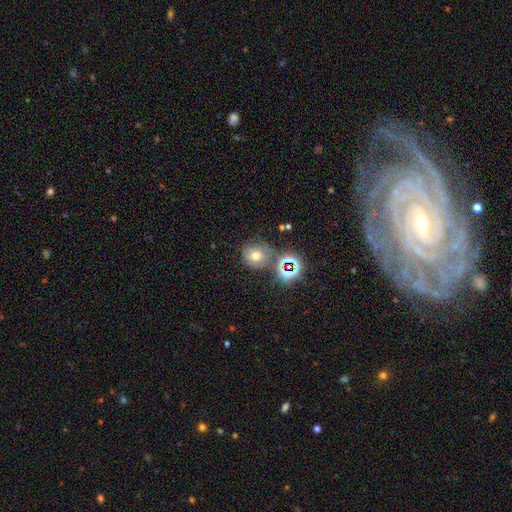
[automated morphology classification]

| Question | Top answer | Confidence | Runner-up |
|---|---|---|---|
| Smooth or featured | smooth | 53% | star or artifact (27%) |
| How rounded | round | 82% | in between (17%) |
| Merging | none | 62% | minor disturbance (17%) |